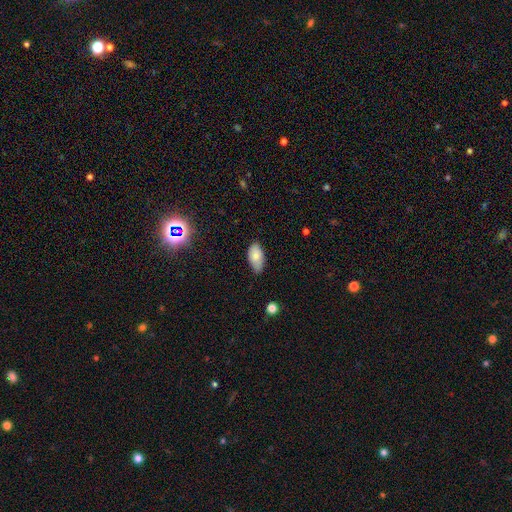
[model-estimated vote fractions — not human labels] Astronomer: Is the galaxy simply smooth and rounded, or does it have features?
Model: smooth — 80%.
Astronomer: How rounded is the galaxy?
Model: in between — 94%.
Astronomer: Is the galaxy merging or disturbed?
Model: none — 69%.